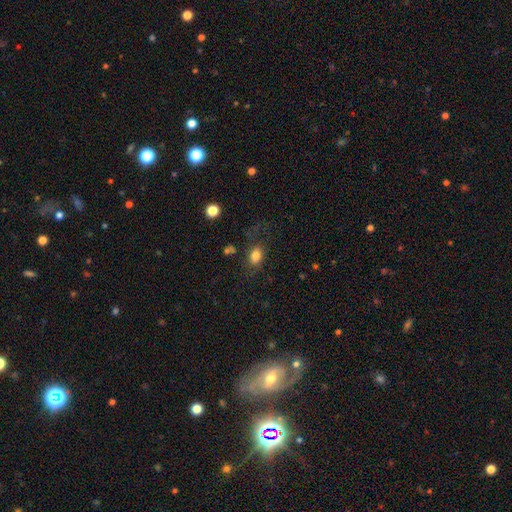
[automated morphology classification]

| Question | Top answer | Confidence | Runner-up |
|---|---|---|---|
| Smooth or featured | smooth | 80% | star or artifact (11%) |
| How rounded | in between | 72% | round (26%) |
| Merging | none | 63% | minor disturbance (18%) |